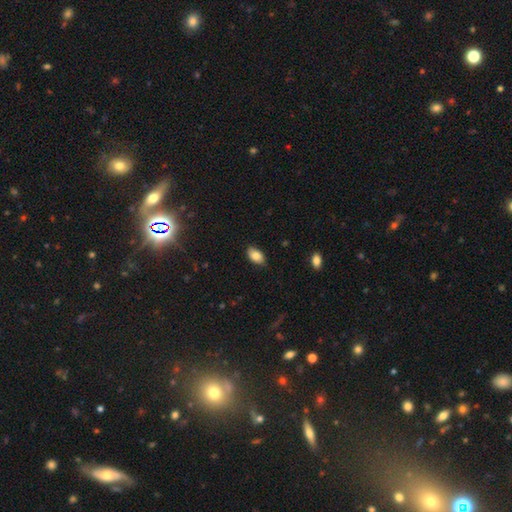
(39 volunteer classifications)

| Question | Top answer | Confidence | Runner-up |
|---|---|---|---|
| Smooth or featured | smooth | 82% | featured or disk (10%) |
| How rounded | in between | 97% | round (3%) |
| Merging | none | 81% | minor disturbance (14%) |